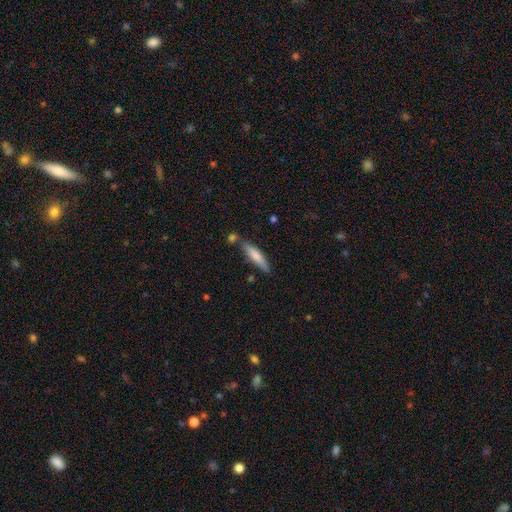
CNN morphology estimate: The model was most divided on "smooth or featured": smooth: 69%, featured or disk: 25%, star or artifact: 6%. More confident: how rounded — cigar-shaped (81%); merging — none (72%).